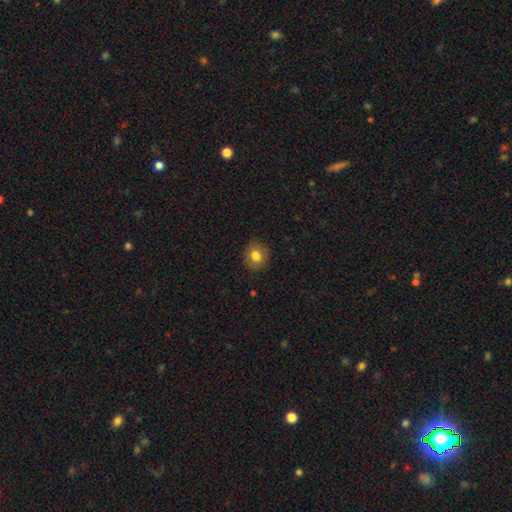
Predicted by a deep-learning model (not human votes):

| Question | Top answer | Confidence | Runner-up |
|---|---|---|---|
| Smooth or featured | smooth | 80% | star or artifact (10%) |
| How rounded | round | 80% | in between (19%) |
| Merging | none | 89% | minor disturbance (8%) |